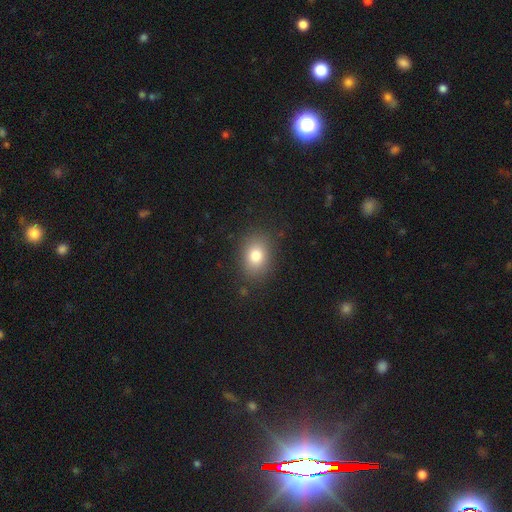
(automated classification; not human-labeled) Overall: smooth (81%). How rounded: in between (65%; round 34%). Merging: none (85%).